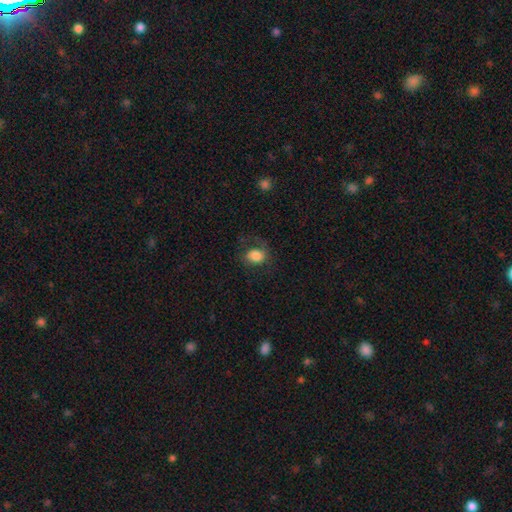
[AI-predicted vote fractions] The model was most divided on "how rounded": in between: 52%, round: 47%, cigar-shaped: 1%. More confident: smooth or featured — smooth (76%); merging — none (58%).